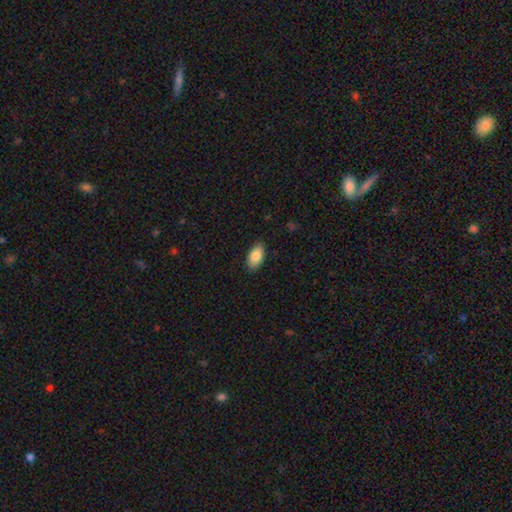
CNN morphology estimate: smooth 87%, featured or disk 7%, star or artifact 7%. Down the decision tree: how rounded — in between (94%); merging — none (86%).